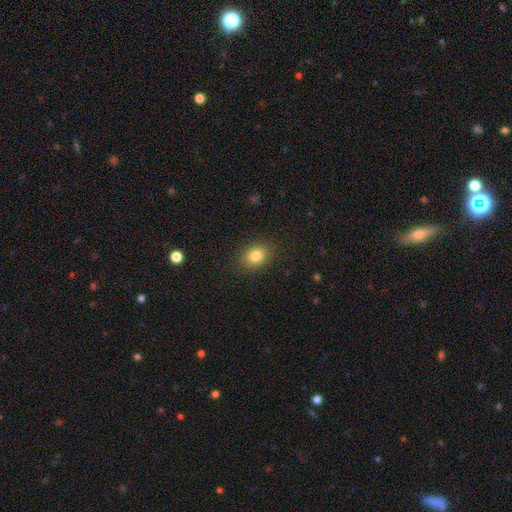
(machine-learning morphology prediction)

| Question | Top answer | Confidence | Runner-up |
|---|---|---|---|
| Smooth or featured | smooth | 82% | star or artifact (11%) |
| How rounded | in between | 57% | round (42%) |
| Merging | none | 87% | minor disturbance (9%) |